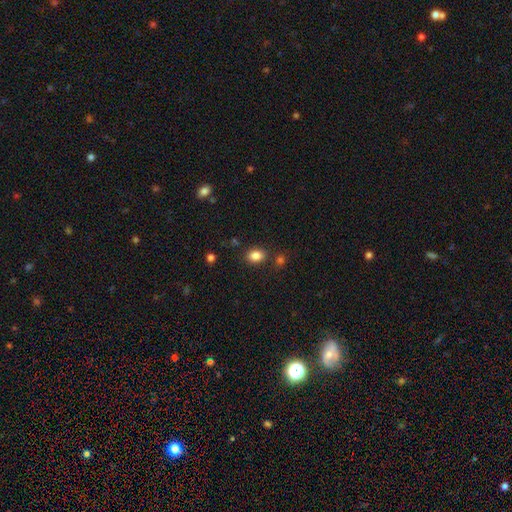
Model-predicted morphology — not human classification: The model was most divided on "how rounded": in between: 73%, round: 26%, cigar-shaped: 1%. More confident: smooth or featured — smooth (84%); merging — none (79%).